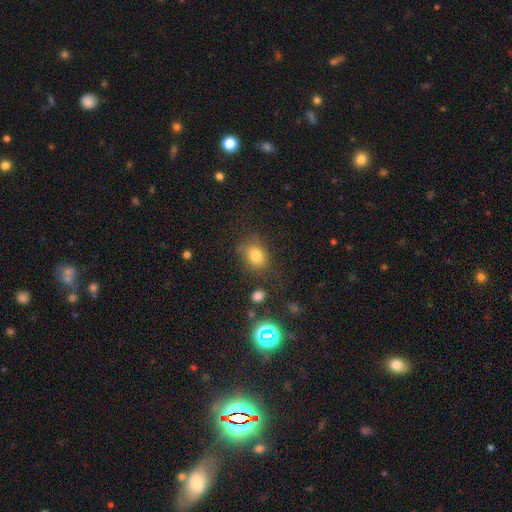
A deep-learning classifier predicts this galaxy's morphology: smooth-or-featured: smooth: 78% | star or artifact: 13% | featured or disk: 8%
  how-rounded: in between: 56% | round: 42% | cigar-shaped: 1%
  merging: none: 70% | minor disturbance: 18% | major disturbance: 8% | merger: 4%